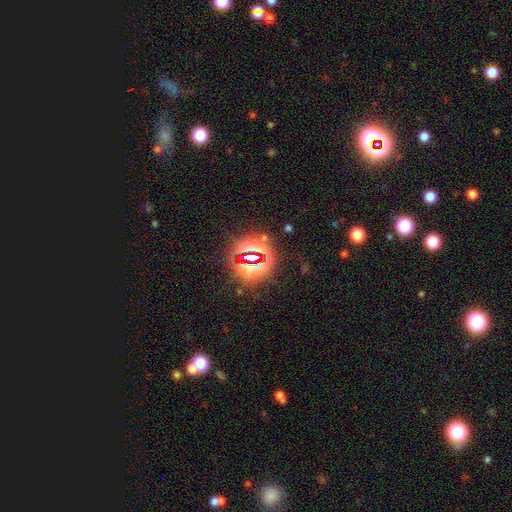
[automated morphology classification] The model was most divided on "smooth or featured": star or artifact: 79%, smooth: 13%, featured or disk: 8%.